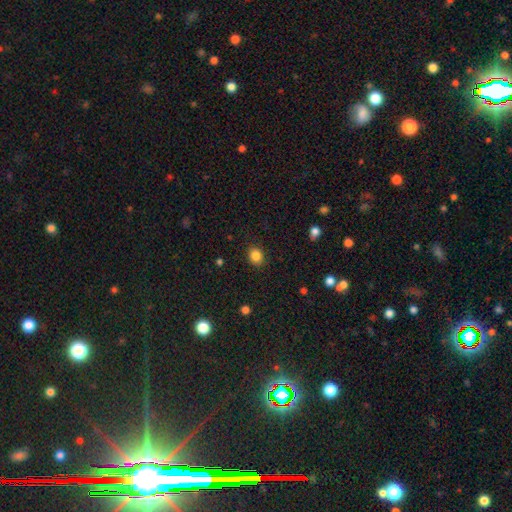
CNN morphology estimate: Q: Smooth or featured?
A: smooth (85%); runner-up: star or artifact (11%)
Q: How rounded?
A: round (64%); runner-up: in between (35%)
Q: Merging?
A: none (89%); runner-up: minor disturbance (8%)